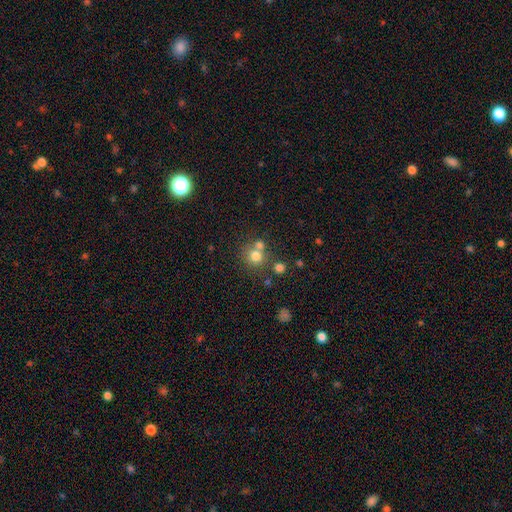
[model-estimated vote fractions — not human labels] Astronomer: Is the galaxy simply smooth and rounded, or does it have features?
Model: smooth — 74%.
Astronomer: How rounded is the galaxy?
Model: round — 88%.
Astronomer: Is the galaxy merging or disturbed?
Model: none — 57%.